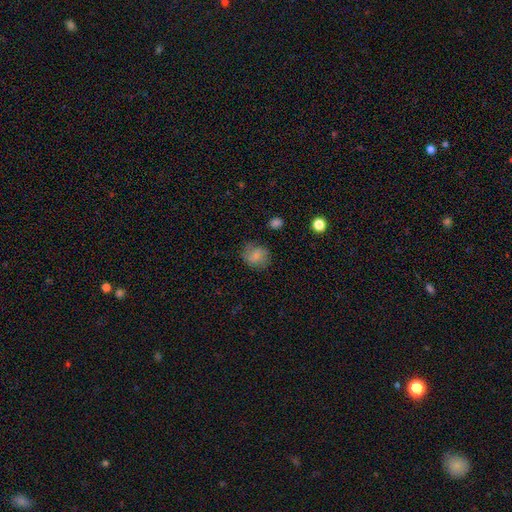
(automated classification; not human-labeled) Smooth or featured?
  - smooth: 75% *
  - featured or disk: 16%
  - star or artifact: 9%
How rounded?
  - round: 70% *
  - in between: 29%
  - cigar-shaped: 1%
Merging?
  - none: 71% *
  - minor disturbance: 20%
  - major disturbance: 7%
  - merger: 2%